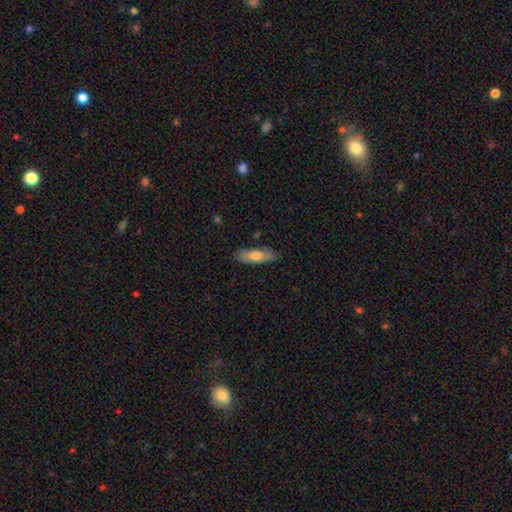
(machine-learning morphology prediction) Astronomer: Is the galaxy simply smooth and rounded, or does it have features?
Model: smooth — 73%.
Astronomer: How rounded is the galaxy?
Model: in between — 55% (runner-up: cigar-shaped, 43%).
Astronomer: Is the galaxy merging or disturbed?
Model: none — 83%.